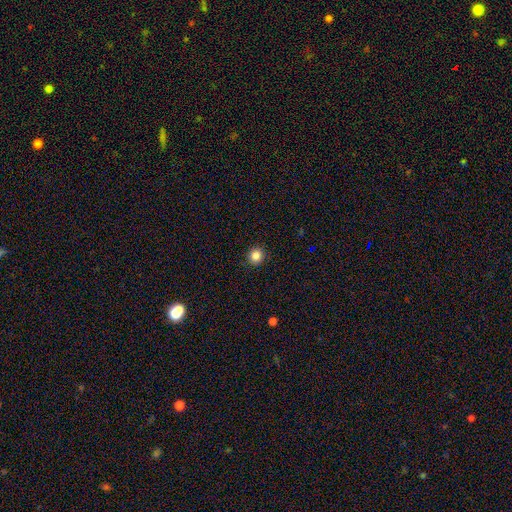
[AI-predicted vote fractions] Overall: smooth (84%). How rounded: round (93%). Merging: none (92%).